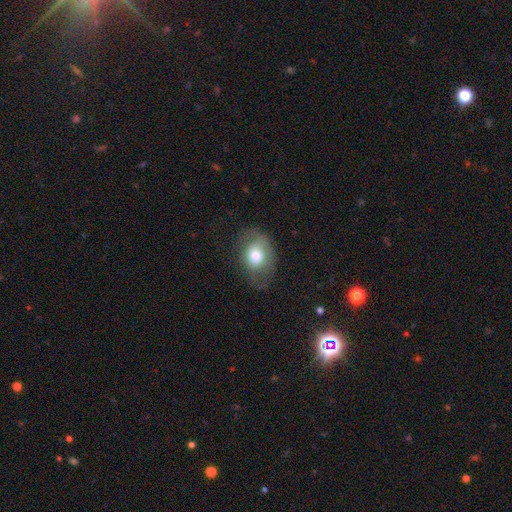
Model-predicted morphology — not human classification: Q: Smooth or featured?
A: smooth (69%); runner-up: featured or disk (22%)
Q: How rounded?
A: in between (65%); runner-up: round (34%)
Q: Merging?
A: none (54%); runner-up: minor disturbance (28%)